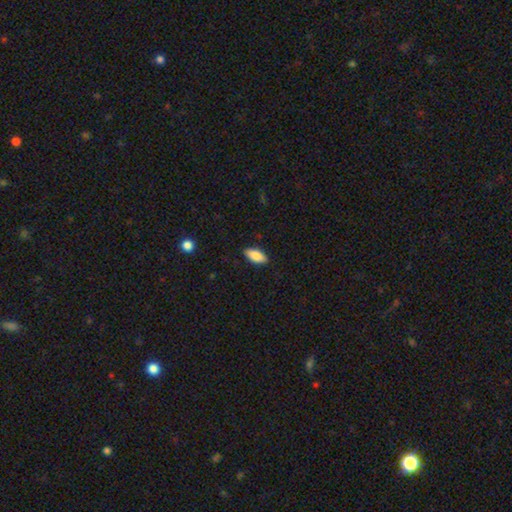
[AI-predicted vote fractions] Smooth or featured? Predicted: smooth (p=0.85). How rounded? Predicted: in between (p=0.87). Merging? Predicted: none (p=0.88).